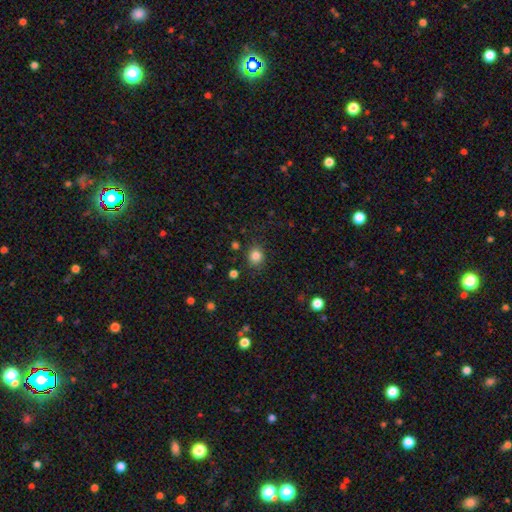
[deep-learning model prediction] smooth-or-featured: smooth: 83% | star or artifact: 12% | featured or disk: 5%
  how-rounded: round: 73% | in between: 26% | cigar-shaped: 1%
  merging: none: 83% | minor disturbance: 11% | major disturbance: 4% | merger: 2%